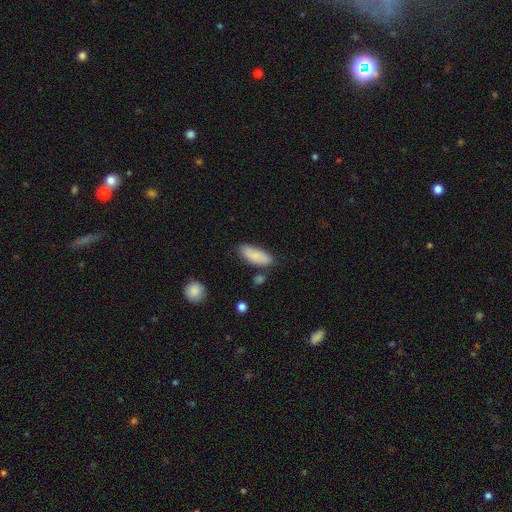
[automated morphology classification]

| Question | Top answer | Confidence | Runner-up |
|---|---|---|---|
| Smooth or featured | smooth | 85% | featured or disk (9%) |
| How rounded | in between | 77% | cigar-shaped (21%) |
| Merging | none | 75% | minor disturbance (17%) |